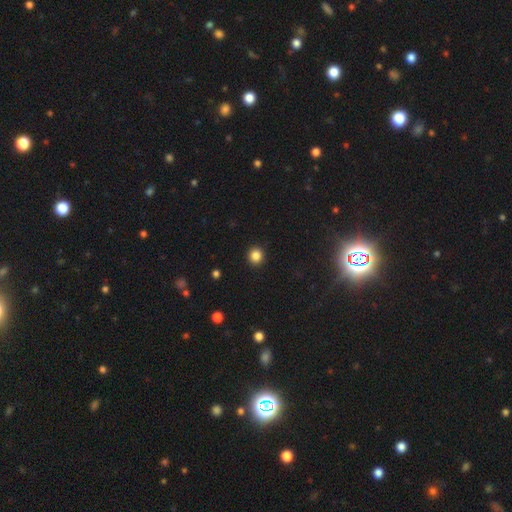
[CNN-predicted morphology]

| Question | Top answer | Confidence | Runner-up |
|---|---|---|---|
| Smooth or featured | smooth | 85% | star or artifact (12%) |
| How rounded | round | 93% | in between (6%) |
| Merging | none | 93% | minor disturbance (4%) |